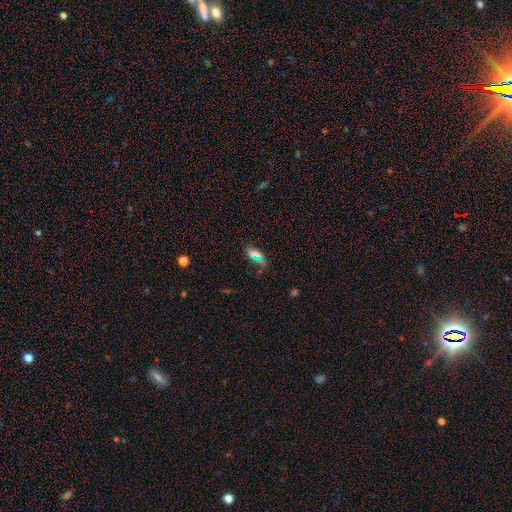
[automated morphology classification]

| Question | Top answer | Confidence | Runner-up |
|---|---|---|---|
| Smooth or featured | smooth | 54% | star or artifact (33%) |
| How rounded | in between | 75% | cigar-shaped (15%) |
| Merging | none | 64% | minor disturbance (19%) |